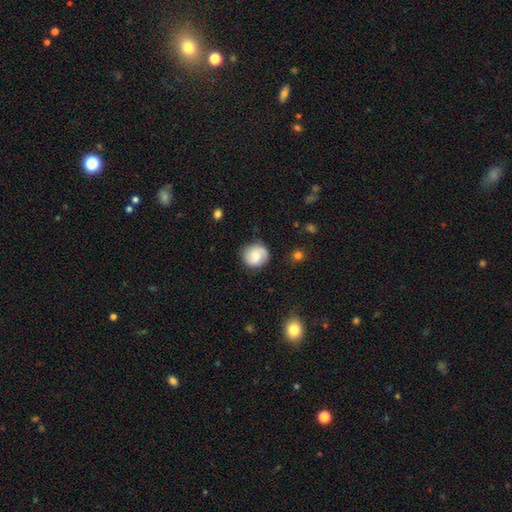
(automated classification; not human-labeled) Smooth or featured: featured or disk — 47% (smooth — 46%)
Merging: none — 82% (minor disturbance — 13%)